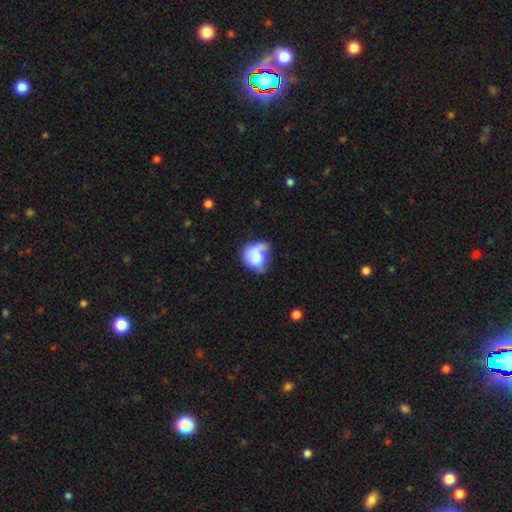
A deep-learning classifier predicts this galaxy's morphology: smooth-or-featured: smooth: 63% | featured or disk: 30% | star or artifact: 8%
  how-rounded: round: 50% | in between: 49% | cigar-shaped: 1%
  merging: minor disturbance: 30% | none: 29% | major disturbance: 26% | merger: 14%